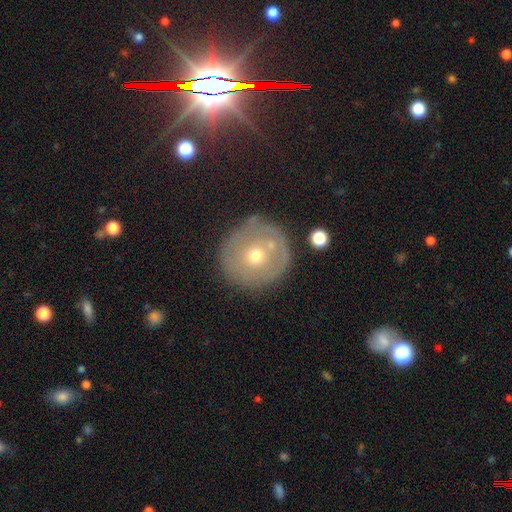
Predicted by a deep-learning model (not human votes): Q: Smooth or featured?
A: smooth (47%); runner-up: featured or disk (44%)
Q: Merging?
A: none (71%); runner-up: minor disturbance (16%)